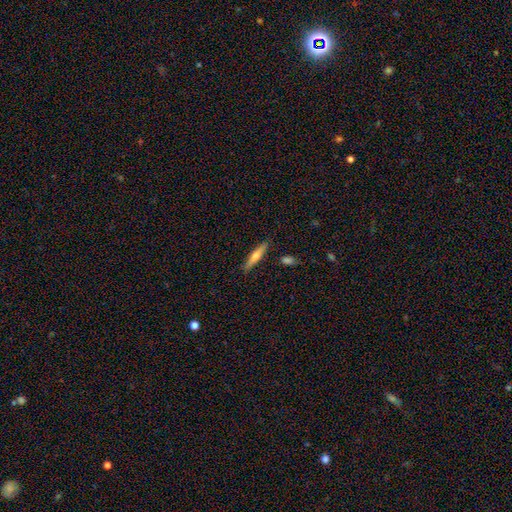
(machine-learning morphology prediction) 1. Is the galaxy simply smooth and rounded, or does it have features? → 52% smooth, 42% featured or disk, 6% star or artifact.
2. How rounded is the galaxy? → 87% cigar-shaped, 12% in between, 2% round.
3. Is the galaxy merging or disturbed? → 86% none, 9% minor disturbance, 3% merger, 2% major disturbance.